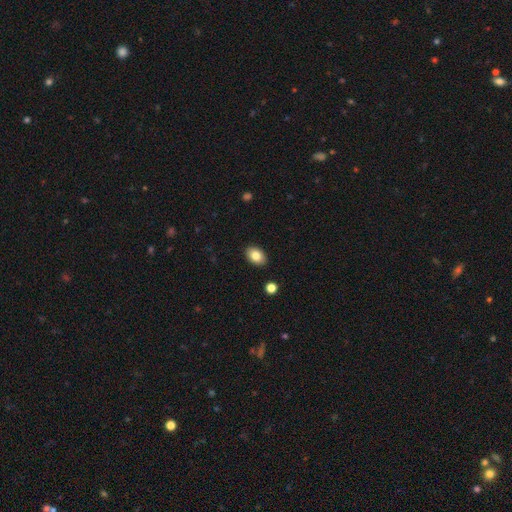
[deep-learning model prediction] Morphology: type=smooth (83%); roundness=in between (82%); merging=none (90%).